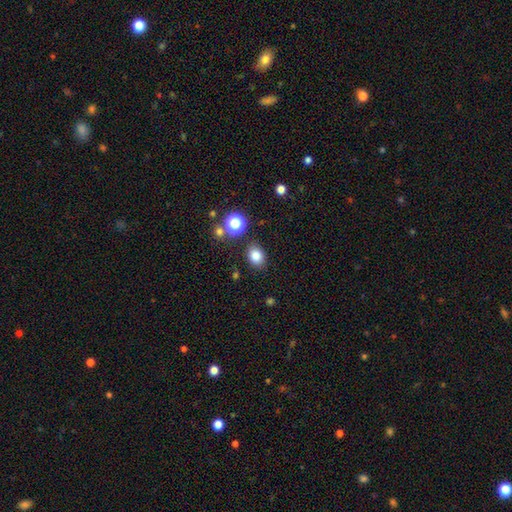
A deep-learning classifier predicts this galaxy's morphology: type=smooth (81%); roundness=in between (53%); merging=none (84%).